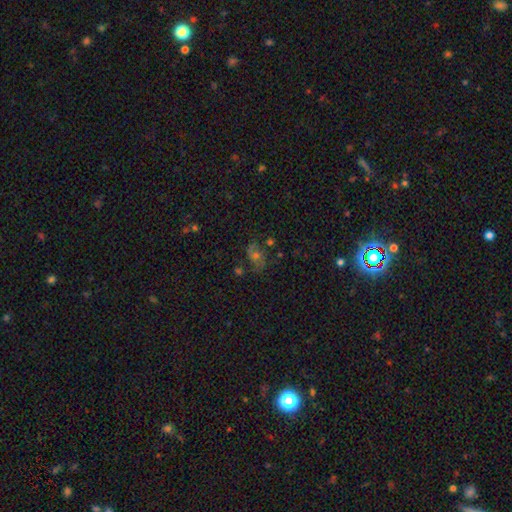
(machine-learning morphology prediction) Q: Smooth or featured?
A: featured or disk (47%); runner-up: star or artifact (26%)
Q: Merging?
A: none (63%); runner-up: minor disturbance (21%)